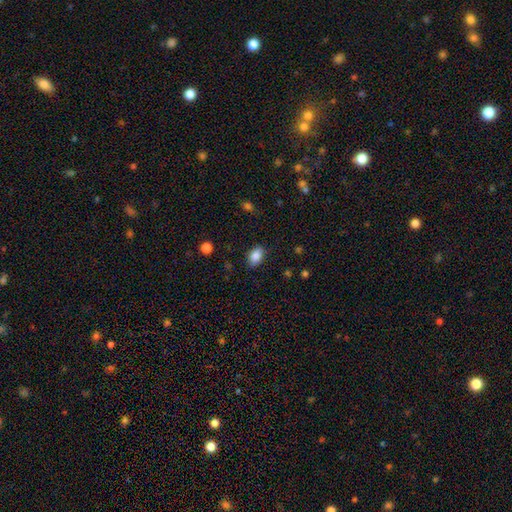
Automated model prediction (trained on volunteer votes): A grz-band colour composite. It shows a smooth galaxy with no disk features (86%) that is in between round and cigar-shaped (86%). Merging: none (84%).